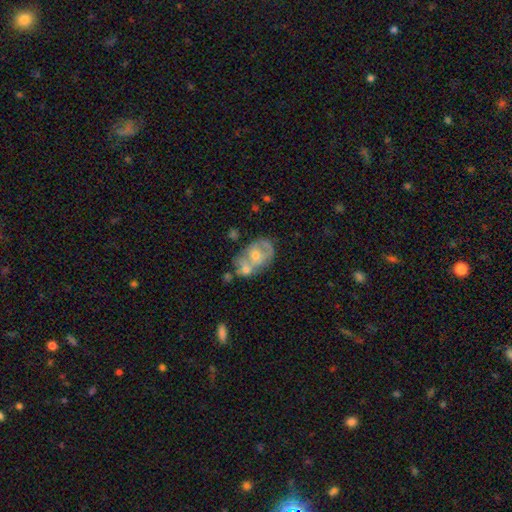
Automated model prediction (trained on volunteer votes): This appears to be a featured or disk galaxy (56%) with no bar (67%), no spiral arms (61%) and a moderate central bulge (56%). Merging: merger (40%).